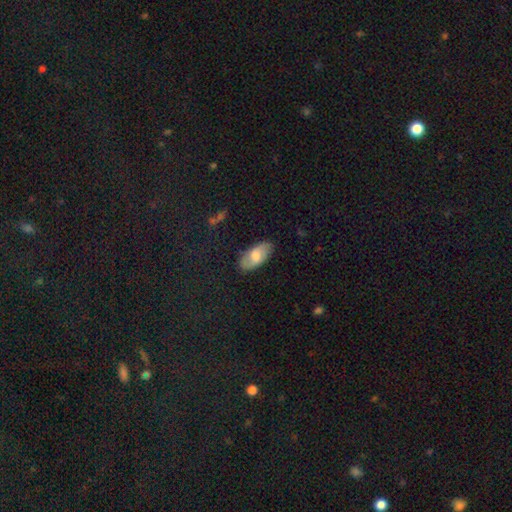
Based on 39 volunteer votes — This appears to be a smooth galaxy with no disk features (54%) that is in between round and cigar-shaped (95%). Merging: none (76%).